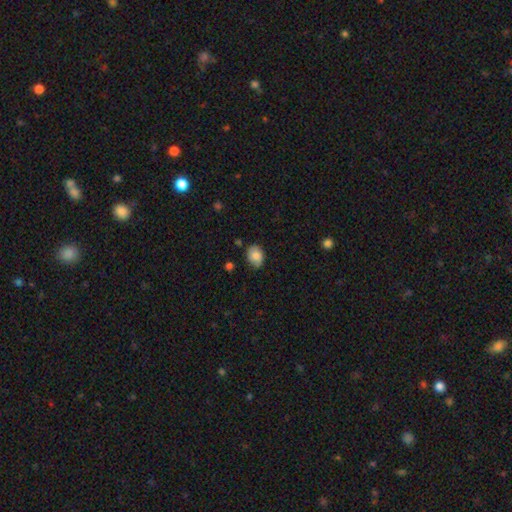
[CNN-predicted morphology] Smooth or featured?
  - smooth: 83% *
  - featured or disk: 9%
  - star or artifact: 8%
How rounded?
  - in between: 67% *
  - round: 32%
  - cigar-shaped: 1%
Merging?
  - none: 78% *
  - minor disturbance: 17%
  - major disturbance: 3%
  - merger: 2%